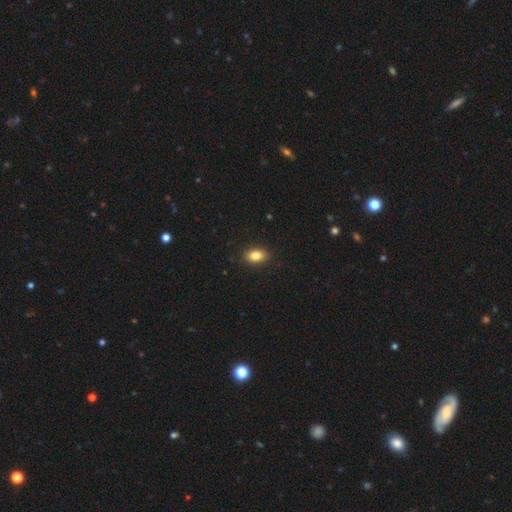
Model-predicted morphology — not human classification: This is clearly a smooth galaxy (85%). How rounded: clearly in between (87%). Merging: clearly none (89%).